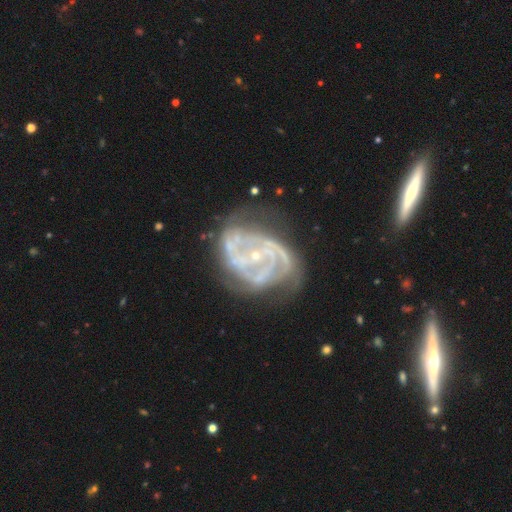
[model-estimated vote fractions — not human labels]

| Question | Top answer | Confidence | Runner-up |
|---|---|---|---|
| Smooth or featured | featured or disk | 87% | star or artifact (7%) |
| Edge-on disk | no | 97% | yes (3%) |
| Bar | no | 58% | weak (28%) |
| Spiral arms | yes | 90% | no (10%) |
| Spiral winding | tight | 49% | medium (39%) |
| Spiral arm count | can't tell | 27% | 2 (26%) |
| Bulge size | small | 80% | moderate (15%) |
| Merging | none | 45% | minor disturbance (26%) |